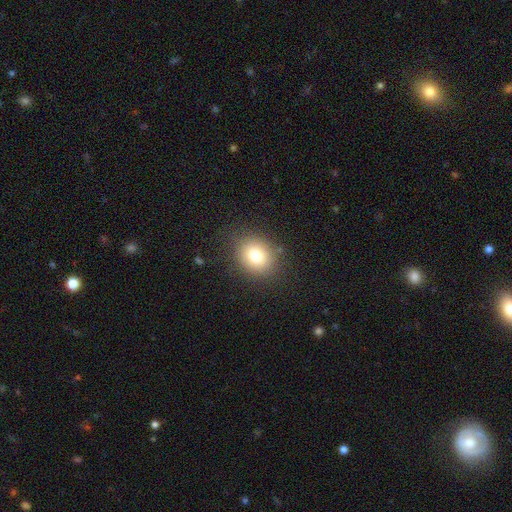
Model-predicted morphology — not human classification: Smooth or featured: smooth — 79% (star or artifact — 11%)
How rounded: round — 56% (in between — 44%)
Merging: none — 83% (minor disturbance — 11%)